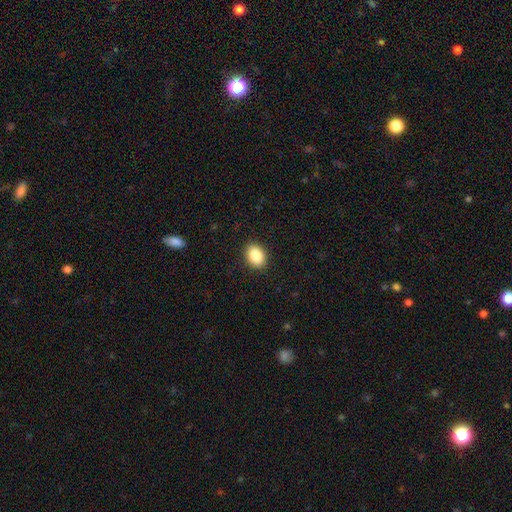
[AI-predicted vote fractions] smooth-or-featured: smooth: 88% | star or artifact: 8% | featured or disk: 4%
  how-rounded: in between: 71% | round: 28% | cigar-shaped: 1%
  merging: none: 90% | minor disturbance: 7% | major disturbance: 2% | merger: 1%